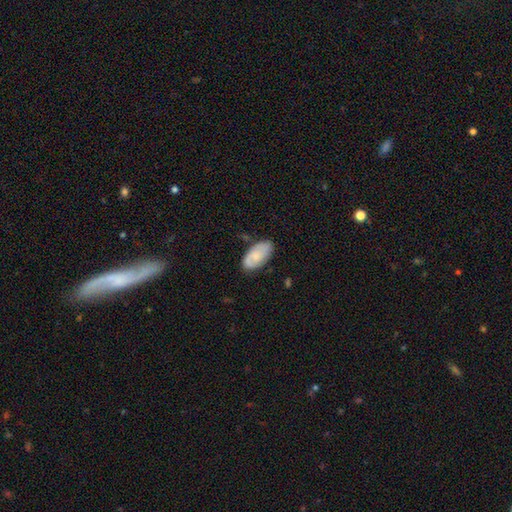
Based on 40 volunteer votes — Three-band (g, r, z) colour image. It shows a smooth galaxy with no disk features (50%) that is in between round and cigar-shaped (85%). Merging: none (79%).